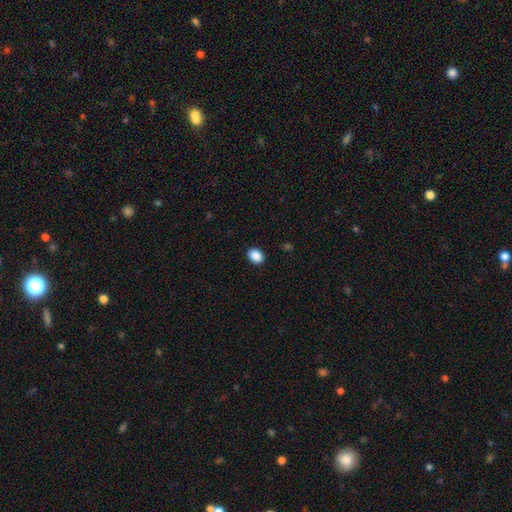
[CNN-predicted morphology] Q: Smooth or featured?
A: smooth (90%); runner-up: star or artifact (8%)
Q: How rounded?
A: in between (67%); runner-up: round (32%)
Q: Merging?
A: none (90%); runner-up: minor disturbance (7%)